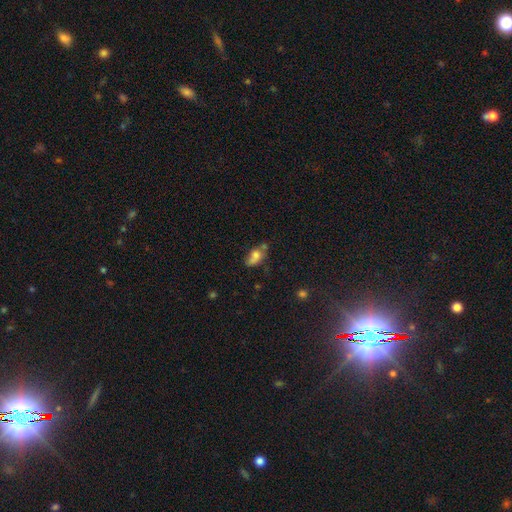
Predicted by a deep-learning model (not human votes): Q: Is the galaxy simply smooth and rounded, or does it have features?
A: smooth — 64%.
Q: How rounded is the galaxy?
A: in between — 81%.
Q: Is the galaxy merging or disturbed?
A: none — 41%.